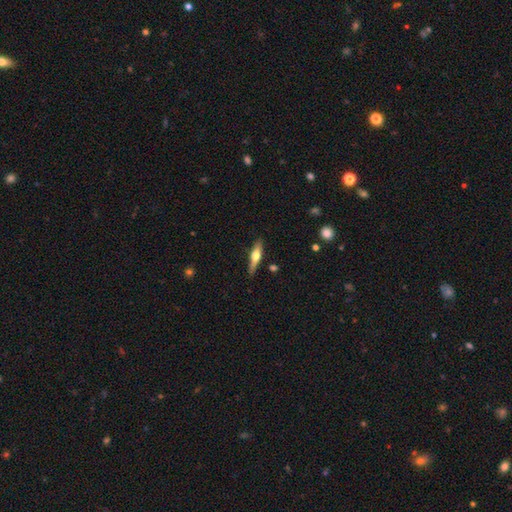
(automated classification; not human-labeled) Smooth or featured?
  - featured or disk: 56% *
  - smooth: 39%
  - star or artifact: 6%
Edge-on disk?
  - yes: 94% *
  - no: 6%
Edge-on bulge?
  - rounded: 92% *
  - boxy: 5%
  - none: 3%
Merging?
  - none: 84% *
  - minor disturbance: 12%
  - major disturbance: 2%
  - merger: 2%